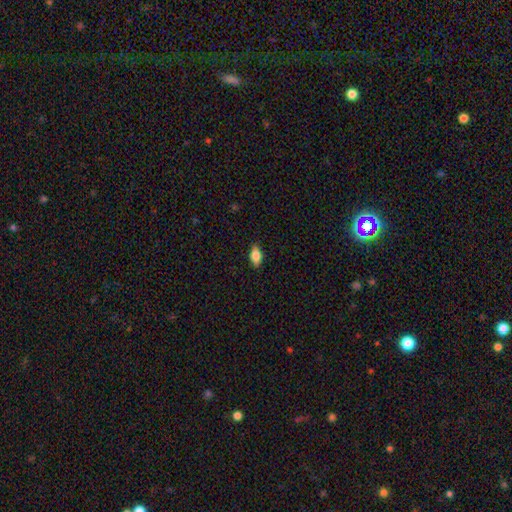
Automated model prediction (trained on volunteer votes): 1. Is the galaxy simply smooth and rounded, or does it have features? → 75% smooth, 17% featured or disk, 8% star or artifact.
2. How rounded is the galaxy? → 87% in between, 8% cigar-shaped, 6% round.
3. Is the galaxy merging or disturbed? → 86% none, 11% minor disturbance, 2% major disturbance, 1% merger.